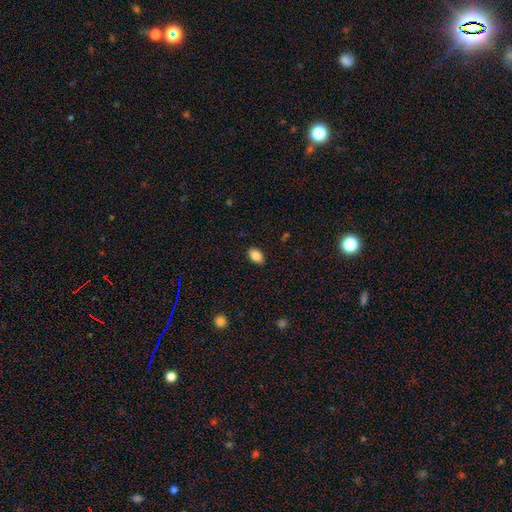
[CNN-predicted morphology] A smooth galaxy with no disk features (86%) that is in between round and cigar-shaped (86%).

Vote fractions:
- Smooth or featured? smooth: 86% / star or artifact: 8% / featured or disk: 6%
- How rounded? in between: 86% / round: 12% / cigar-shaped: 1%
- Merging? none: 88% / minor disturbance: 9% / major disturbance: 2% / merger: 1%